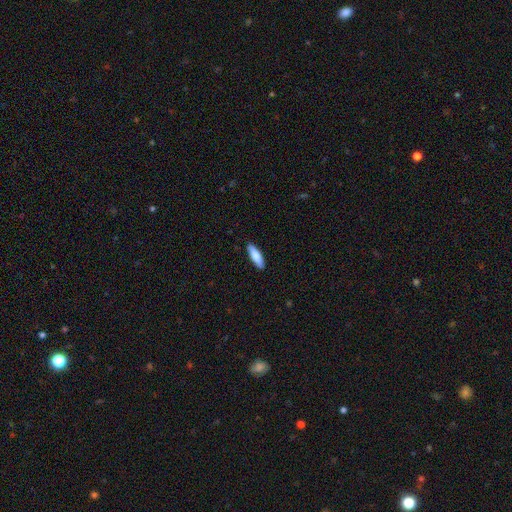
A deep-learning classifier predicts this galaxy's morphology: Smooth or featured? Predicted: smooth (p=0.80). How rounded? Predicted: cigar-shaped (p=0.62). Merging? Predicted: none (p=0.90).